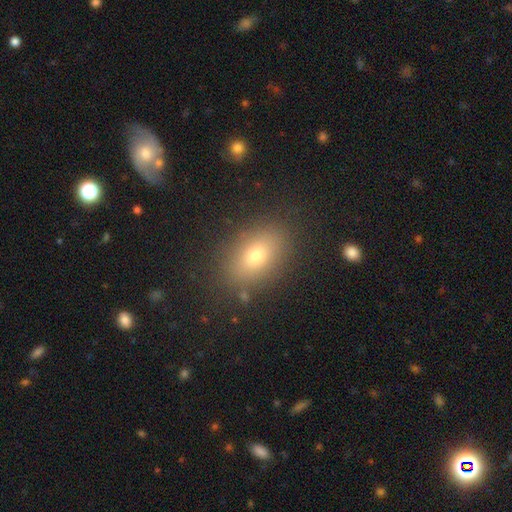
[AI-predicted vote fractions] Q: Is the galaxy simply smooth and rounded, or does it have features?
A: smooth — 73%.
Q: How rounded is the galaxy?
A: in between — 81%.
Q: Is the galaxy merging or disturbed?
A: none — 84%.